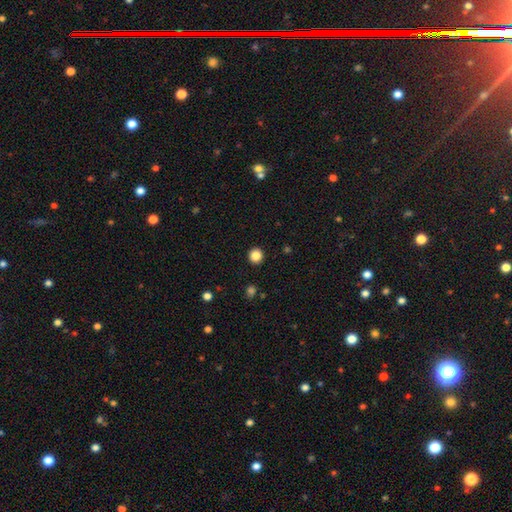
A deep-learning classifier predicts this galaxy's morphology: Q: Smooth or featured?
A: smooth (86%); runner-up: star or artifact (10%)
Q: How rounded?
A: round (94%); runner-up: in between (5%)
Q: Merging?
A: none (93%); runner-up: minor disturbance (4%)